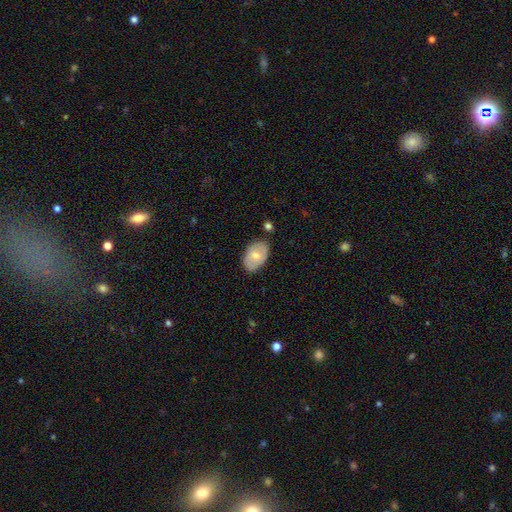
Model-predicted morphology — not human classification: A smooth galaxy with no disk features (67%) that is in between round and cigar-shaped (87%). Merging: none (77%).